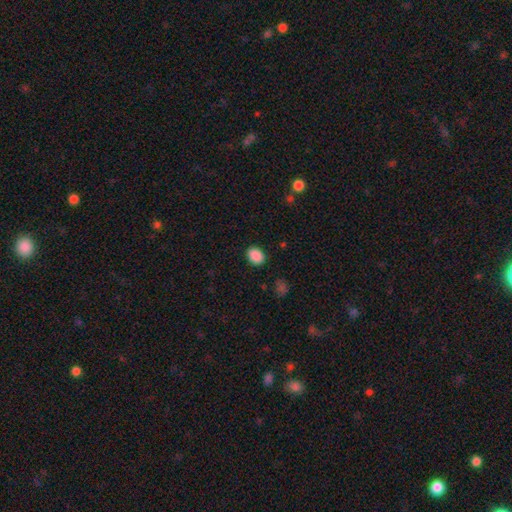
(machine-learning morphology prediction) type=smooth (89%); roundness=in between (58%); merging=none (88%).